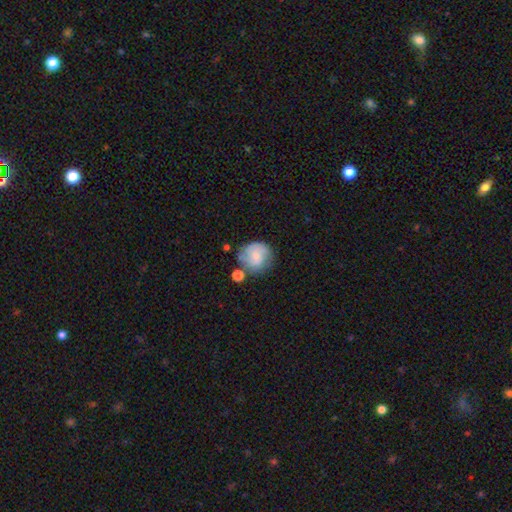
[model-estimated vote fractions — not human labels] smooth-or-featured: smooth: 53% | featured or disk: 39% | star or artifact: 8%
  how-rounded: round: 85% | in between: 14% | cigar-shaped: 1%
  merging: none: 58% | minor disturbance: 22% | merger: 13% | major disturbance: 8%